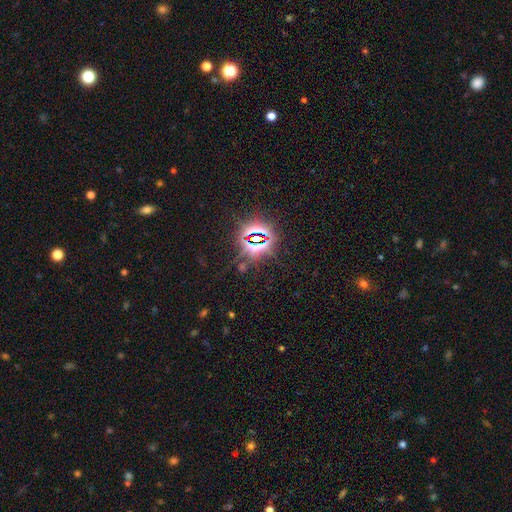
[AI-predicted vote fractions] A star or artifact, not a galaxy (79%).

Vote fractions:
- Smooth or featured? star or artifact: 79% / smooth: 12% / featured or disk: 8%